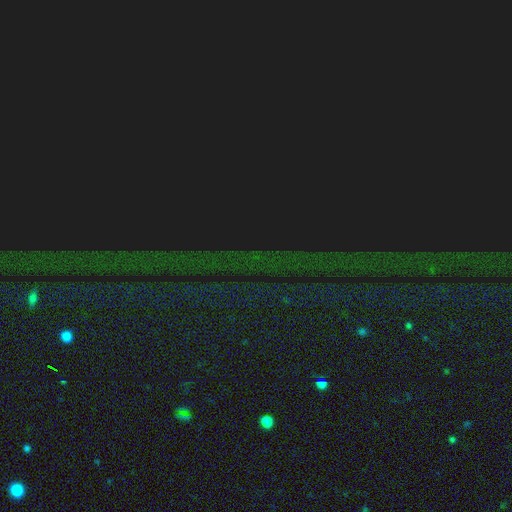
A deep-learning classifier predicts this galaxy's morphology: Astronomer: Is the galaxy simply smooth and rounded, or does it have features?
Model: star or artifact — 88%.